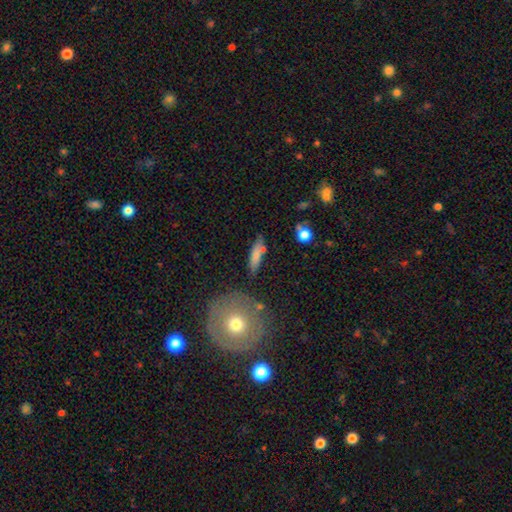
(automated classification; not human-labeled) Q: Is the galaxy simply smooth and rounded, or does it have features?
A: smooth — 71%.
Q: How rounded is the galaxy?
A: cigar-shaped — 66%.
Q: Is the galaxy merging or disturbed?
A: none — 68%.